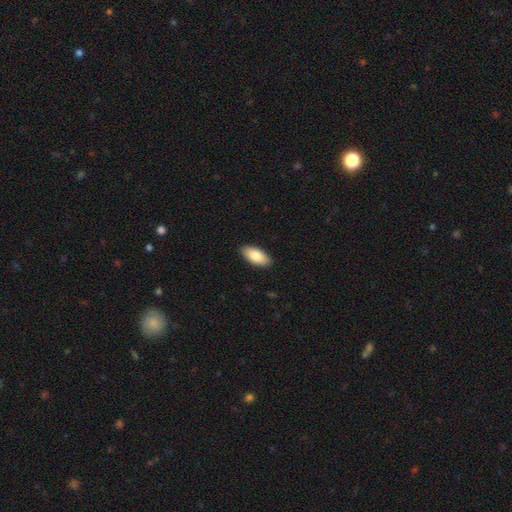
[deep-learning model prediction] smooth-or-featured: smooth: 85% | featured or disk: 10% | star or artifact: 6%
  how-rounded: in between: 90% | cigar-shaped: 8% | round: 2%
  merging: none: 90% | minor disturbance: 8% | major disturbance: 2% | merger: 1%